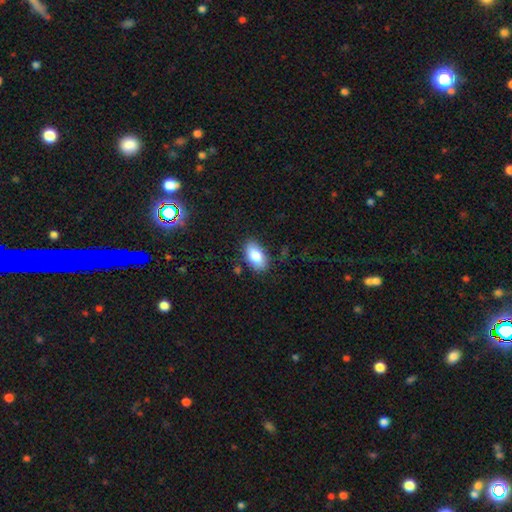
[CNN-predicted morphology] A smooth galaxy with no disk features (83%) that is in between round and cigar-shaped (93%).

Vote fractions:
- Smooth or featured? smooth: 83% / featured or disk: 10% / star or artifact: 7%
- How rounded? in between: 93% / round: 5% / cigar-shaped: 2%
- Merging? none: 81% / minor disturbance: 13% / major disturbance: 3% / merger: 2%